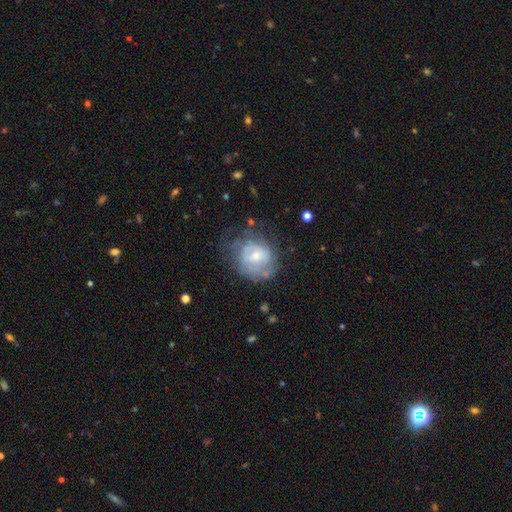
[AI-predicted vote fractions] Smooth or featured? Predicted: featured or disk (p=0.65). Edge-on disk? Predicted: no (p=0.97). Bar? Predicted: no (p=0.60). Spiral arms? Predicted: yes (p=0.70). Bulge size? Predicted: small (p=0.49). Merging? Predicted: none (p=0.55).